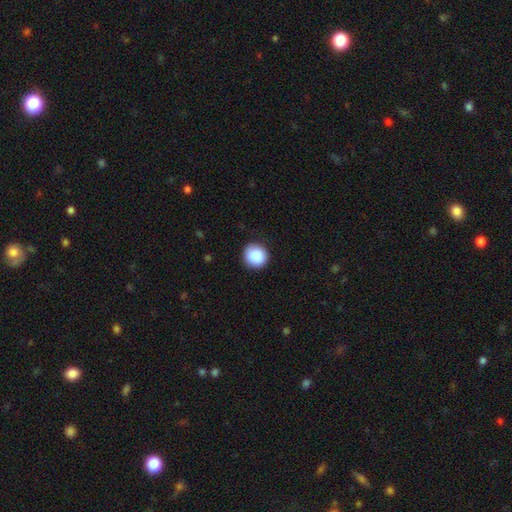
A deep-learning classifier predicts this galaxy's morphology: Smooth or featured?
  - smooth: 89% *
  - star or artifact: 8%
  - featured or disk: 3%
How rounded?
  - round: 94% *
  - in between: 5%
  - cigar-shaped: 1%
Merging?
  - none: 90% *
  - minor disturbance: 7%
  - major disturbance: 2%
  - merger: 1%